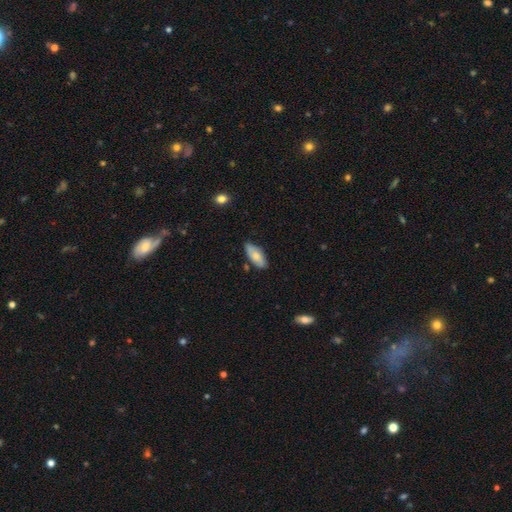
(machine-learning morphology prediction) Smooth or featured: smooth — 73% (featured or disk — 21%)
How rounded: in between — 85% (cigar-shaped — 13%)
Merging: none — 78% (minor disturbance — 17%)